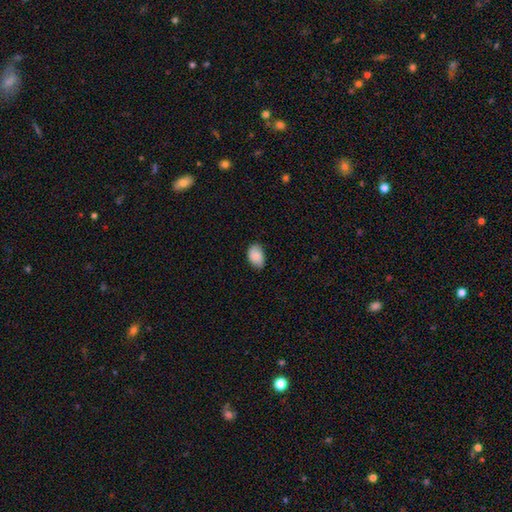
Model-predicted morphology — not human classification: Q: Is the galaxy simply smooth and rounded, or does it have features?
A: smooth — 87%.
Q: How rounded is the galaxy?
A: in between — 87%.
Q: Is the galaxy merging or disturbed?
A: none — 74%.